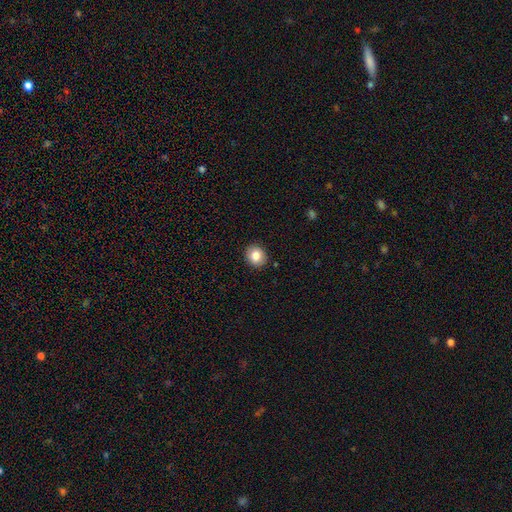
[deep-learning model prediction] This appears to be a smooth galaxy with no disk features (84%) that is round (78%). Merging: none (91%).